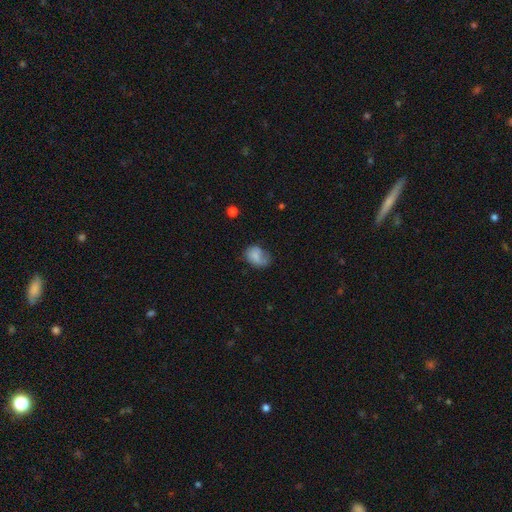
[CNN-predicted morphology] This is likely a smooth galaxy (72%). How rounded: likely in between (64%). Merging: possibly none (47%).